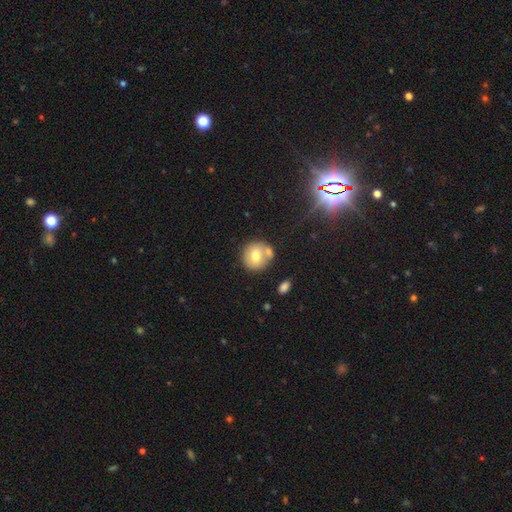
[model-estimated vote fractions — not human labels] A smooth galaxy with no disk features (69%) that is round (89%).

Vote fractions:
- Smooth or featured? smooth: 69% / featured or disk: 21% / star or artifact: 9%
- How rounded? round: 89% / in between: 10% / cigar-shaped: 1%
- Merging? none: 58% / merger: 27% / minor disturbance: 11% / major disturbance: 3%